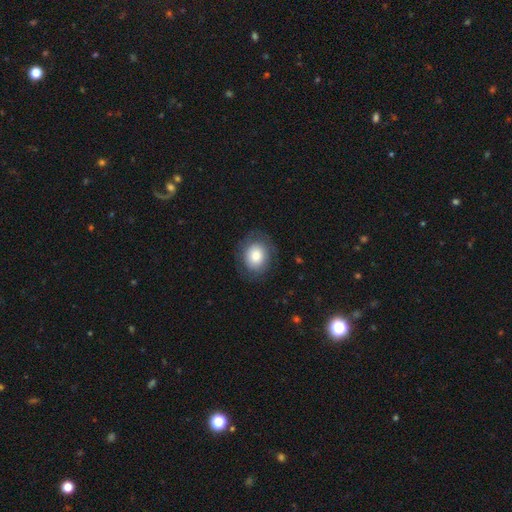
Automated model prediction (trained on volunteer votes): This is likely a smooth galaxy (73%). How rounded: possibly round (59%). Merging: likely none (79%).